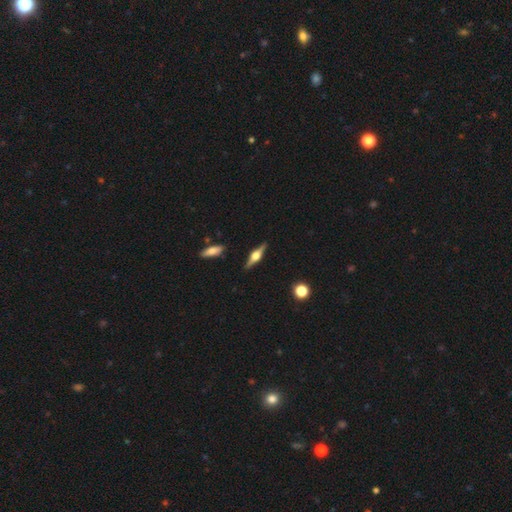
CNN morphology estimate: Q: Smooth or featured?
A: featured or disk (73%); runner-up: smooth (21%)
Q: Edge-on disk?
A: yes (97%); runner-up: no (3%)
Q: Edge-on bulge?
A: rounded (92%); runner-up: boxy (7%)
Q: Merging?
A: none (88%); runner-up: minor disturbance (8%)